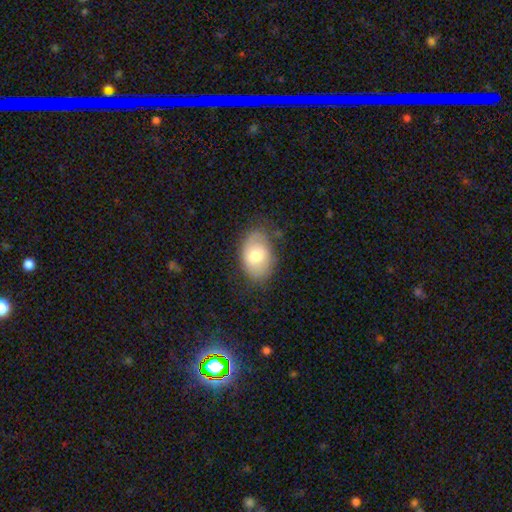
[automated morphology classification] Smooth or featured: smooth — 72% (featured or disk — 21%)
How rounded: in between — 88% (round — 11%)
Merging: none — 72% (minor disturbance — 21%)